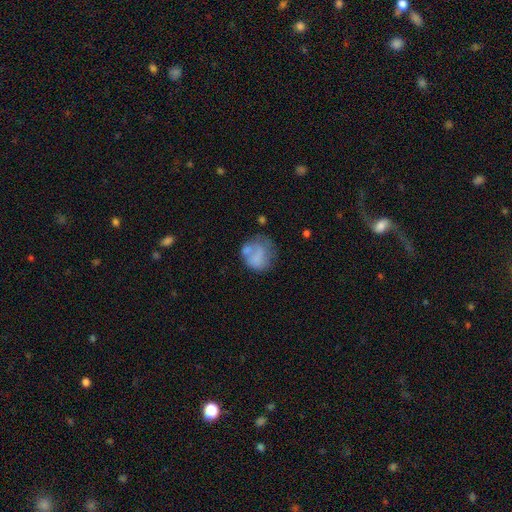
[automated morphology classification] A smooth galaxy with no disk features (62%) that is round (73%). Merging: none (41%).